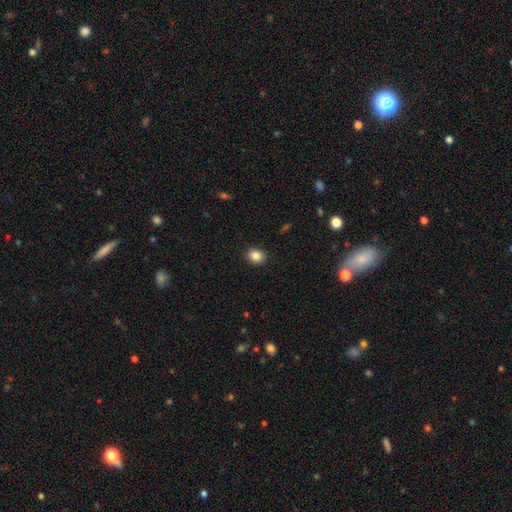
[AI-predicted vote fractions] The model was most divided on "how rounded": round: 59%, in between: 40%, cigar-shaped: 1%. More confident: merging — none (90%); smooth or featured — smooth (85%).